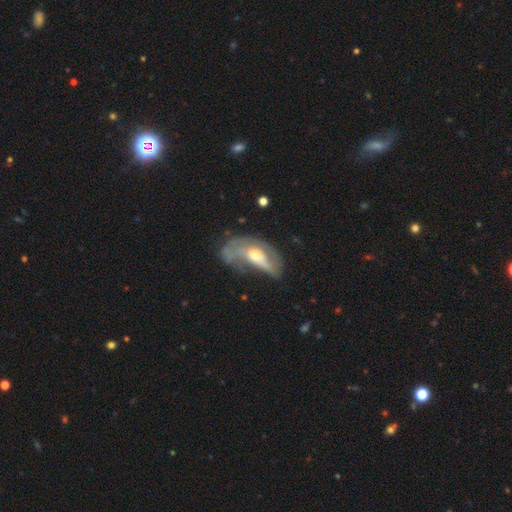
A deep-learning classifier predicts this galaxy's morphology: This appears to be a featured or disk galaxy (60%) with no bar (68%), no spiral arms (53%) and a moderate central bulge (58%). Merging: major disturbance (44%).